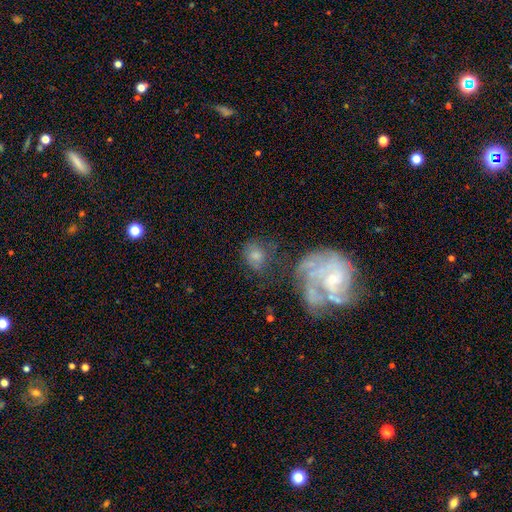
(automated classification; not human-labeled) smooth 62%, featured or disk 25%, star or artifact 13%. Down the decision tree: how rounded — round (70%); merging — none (51%).